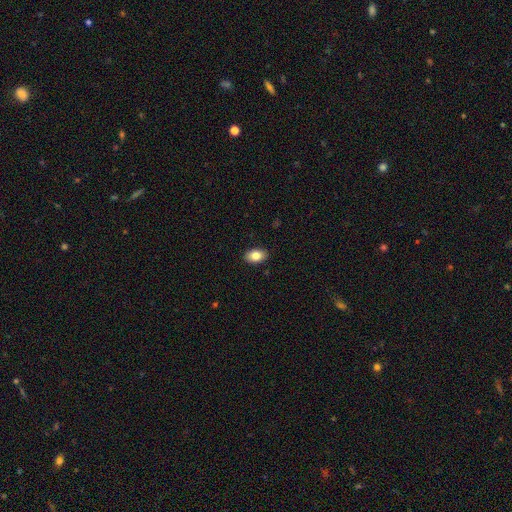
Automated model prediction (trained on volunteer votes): Q: Smooth or featured?
A: smooth (84%); runner-up: featured or disk (9%)
Q: How rounded?
A: in between (88%); runner-up: round (11%)
Q: Merging?
A: none (90%); runner-up: minor disturbance (8%)